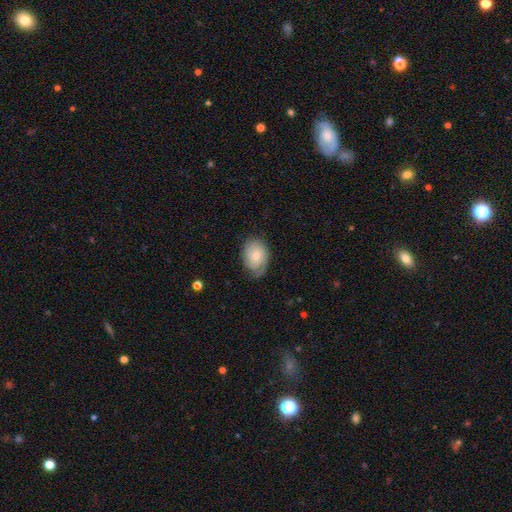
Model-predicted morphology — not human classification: type=featured or disk (54%); edge-on=no (95%); bar=no (72%); spiral arms=yes (84%); bulge=moderate (49%); merging=none (72%).